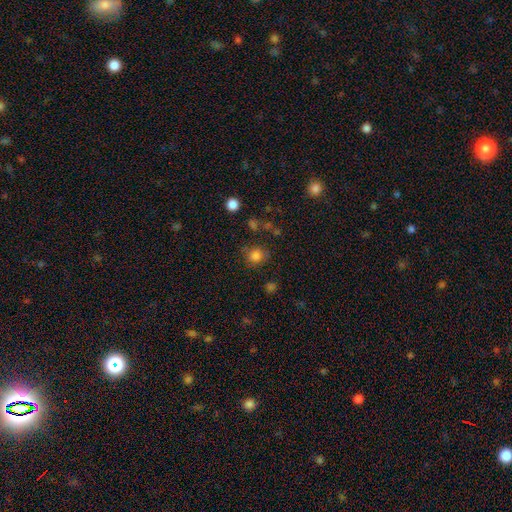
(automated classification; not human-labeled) This appears to be a smooth galaxy with no disk features (81%) that is round (79%). Merging: none (75%).